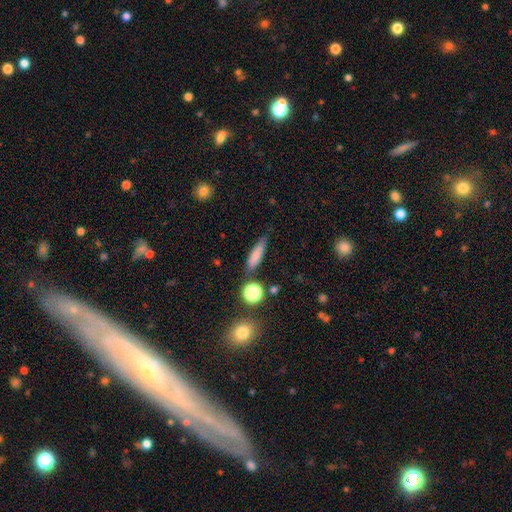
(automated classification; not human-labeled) A smooth galaxy with no disk features (75%) that is cigar-shaped (69%).

Vote fractions:
- Smooth or featured? smooth: 75% / featured or disk: 14% / star or artifact: 11%
- How rounded? cigar-shaped: 69% / in between: 26% / round: 5%
- Merging? none: 78% / minor disturbance: 14% / merger: 4% / major disturbance: 4%